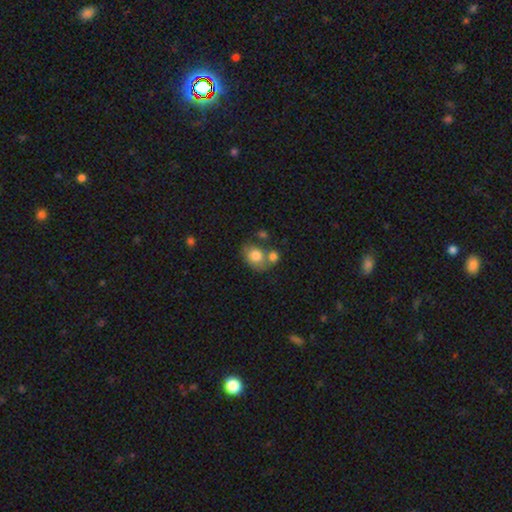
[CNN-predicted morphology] smooth 78%, featured or disk 14%, star or artifact 8%. Down the decision tree: how rounded — in between (51%); merging — none (45%).